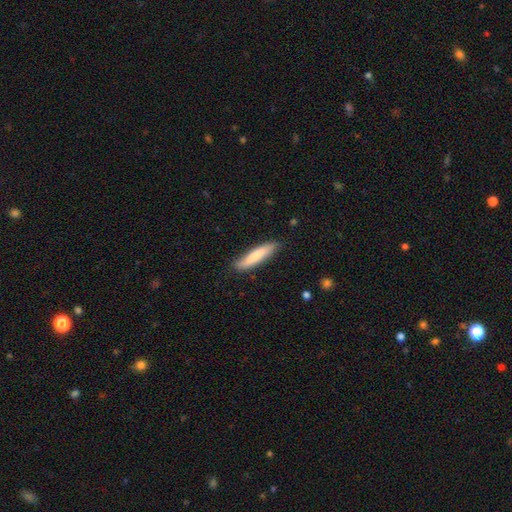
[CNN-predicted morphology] This appears to be a smooth galaxy with no disk features (75%) that is cigar-shaped (84%). Merging: none (84%).